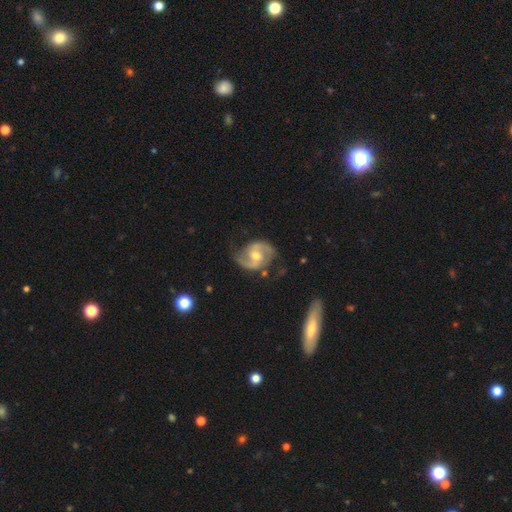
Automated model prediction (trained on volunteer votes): Smooth or featured?
  - featured or disk: 88% *
  - smooth: 7%
  - star or artifact: 5%
Edge-on disk?
  - no: 98% *
  - yes: 2%
Bar?
  - weak: 46% *
  - no: 37%
  - strong: 16%
Spiral arms?
  - yes: 96% *
  - no: 4%
Spiral winding?
  - medium: 54% *
  - loose: 25%
  - tight: 21%
Spiral arm count?
  - 2: 91% *
  - can't tell: 3%
  - 1: 2%
  - 3: 1%
  - 4: 1%
  - more than 4: 1%
Bulge size?
  - moderate: 70% *
  - small: 24%
  - large: 4%
  - none: 1%
  - dominant: 1%
Merging?
  - none: 71% *
  - minor disturbance: 19%
  - major disturbance: 7%
  - merger: 3%